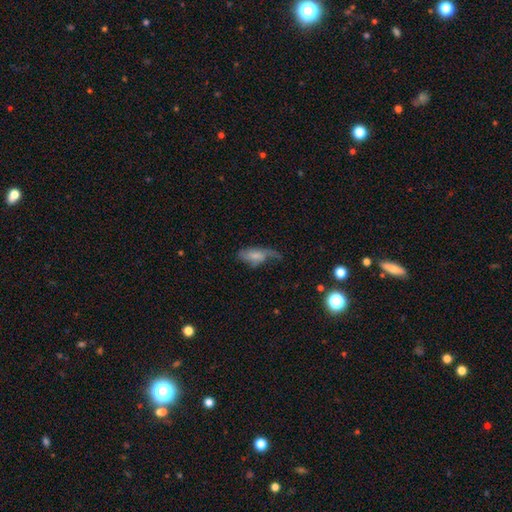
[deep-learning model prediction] Q: Smooth or featured?
A: smooth (52%); runner-up: featured or disk (40%)
Q: How rounded?
A: in between (85%); runner-up: cigar-shaped (11%)
Q: Merging?
A: major disturbance (38%); runner-up: minor disturbance (30%)